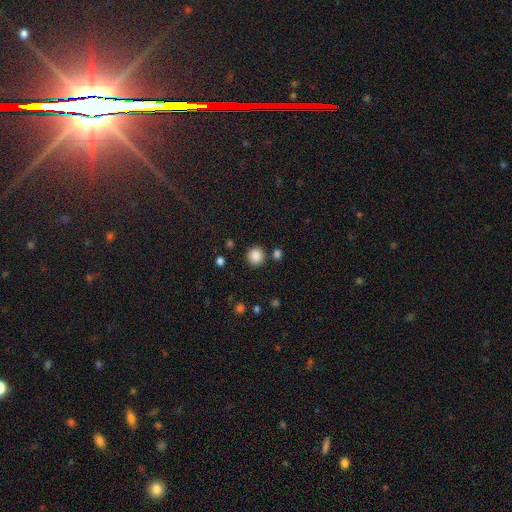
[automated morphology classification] Q: Smooth or featured?
A: smooth (87%); runner-up: star or artifact (10%)
Q: How rounded?
A: round (91%); runner-up: in between (8%)
Q: Merging?
A: none (85%); runner-up: minor disturbance (7%)